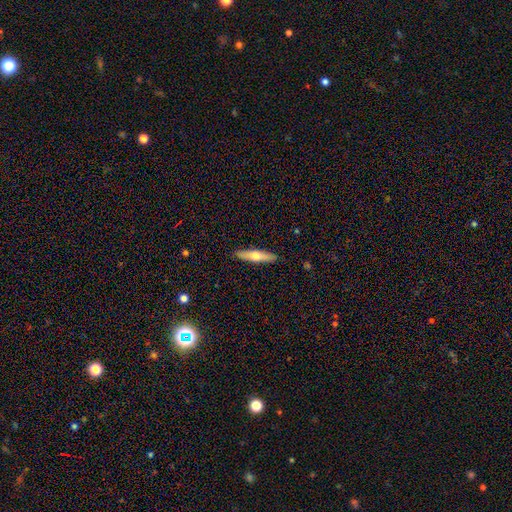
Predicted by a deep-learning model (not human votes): smooth_or_featured: smooth (p=0.57) [alt: featured or disk p=0.38]
how_rounded: cigar-shaped (p=0.77) [alt: in between p=0.21]
merging: none (p=0.90) [alt: minor disturbance p=0.07]